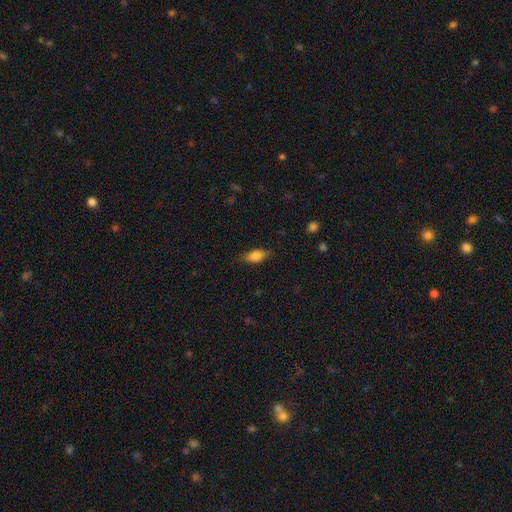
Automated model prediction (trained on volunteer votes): A smooth galaxy with no disk features (82%) that is in between round and cigar-shaped (84%).

Vote fractions:
- Smooth or featured? smooth: 82% / featured or disk: 10% / star or artifact: 8%
- How rounded? in between: 84% / cigar-shaped: 12% / round: 4%
- Merging? none: 81% / minor disturbance: 14% / major disturbance: 3% / merger: 1%